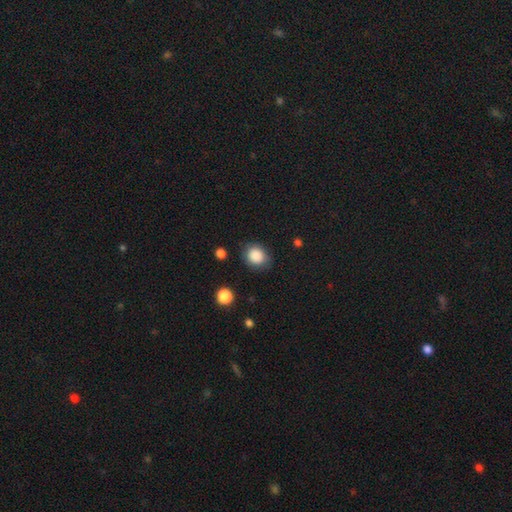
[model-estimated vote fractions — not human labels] This is clearly a smooth galaxy (87%). How rounded: likely round (65%). Merging: likely none (80%).